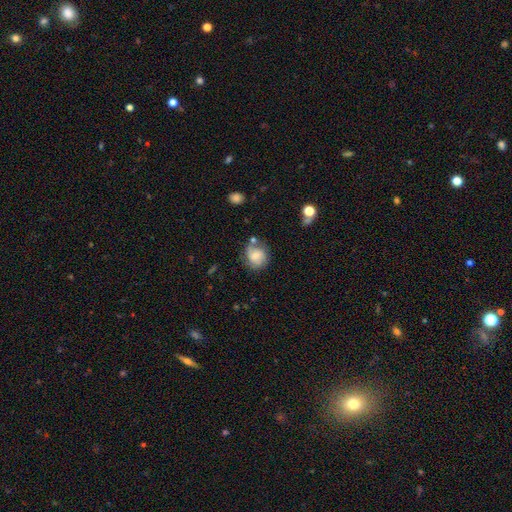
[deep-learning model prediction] Smooth or featured?
  - smooth: 54% *
  - featured or disk: 37%
  - star or artifact: 9%
How rounded?
  - round: 69% *
  - in between: 30%
  - cigar-shaped: 1%
Merging?
  - none: 55% *
  - minor disturbance: 25%
  - major disturbance: 11%
  - merger: 10%